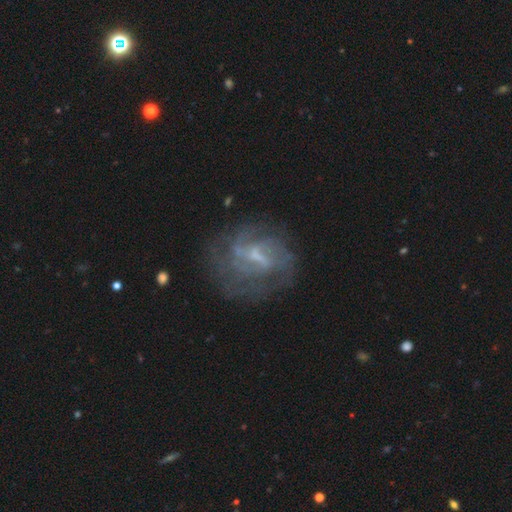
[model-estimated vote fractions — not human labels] A featured or disk galaxy (77%) with a weak bar (57%), tight (41%) spiral arms (80%) and a small central bulge (45%).

Vote fractions:
- Smooth or featured? featured or disk: 77% / smooth: 14% / star or artifact: 9%
- Edge-on disk? no: 97% / yes: 3%
- Bar? weak: 57% / no: 22% / strong: 21%
- Spiral arms? yes: 80% / no: 20%
- Spiral winding? tight: 41% / medium: 39% / loose: 20%
- Spiral arm count? can't tell: 46% / 2: 20% / 3: 16% / 4: 9% / 1: 5% / more than 4: 4%
- Bulge size? small: 45% / none: 26% / moderate: 25% / large: 2% / dominant: 1%
- Merging? none: 63% / minor disturbance: 18% / major disturbance: 17% / merger: 2%